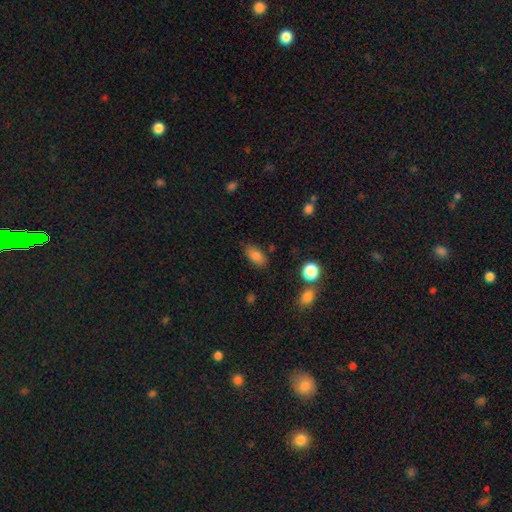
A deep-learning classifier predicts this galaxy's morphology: Smooth or featured? Predicted: smooth (p=0.83). How rounded? Predicted: in between (p=0.89). Merging? Predicted: none (p=0.81).